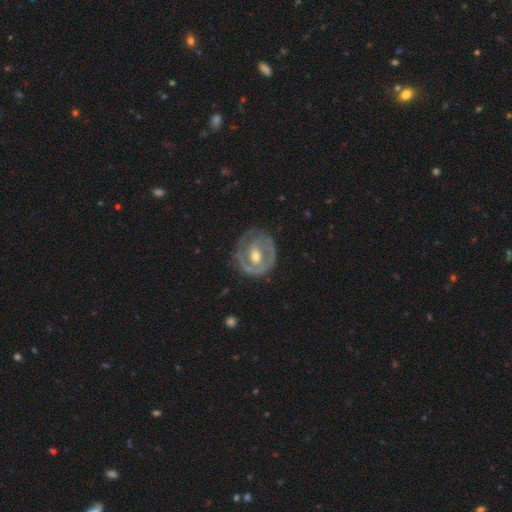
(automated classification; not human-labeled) Q: Smooth or featured?
A: featured or disk (79%); runner-up: smooth (16%)
Q: Edge-on disk?
A: no (97%); runner-up: yes (3%)
Q: Bar?
A: weak (40%); tied with: no (40%)
Q: Spiral arms?
A: yes (72%); runner-up: no (28%)
Q: Spiral winding?
A: tight (64%); runner-up: medium (26%)
Q: Spiral arm count?
A: 2 (43%); runner-up: 1 (24%)
Q: Bulge size?
A: moderate (63%); runner-up: small (32%)
Q: Merging?
A: none (67%); runner-up: minor disturbance (21%)